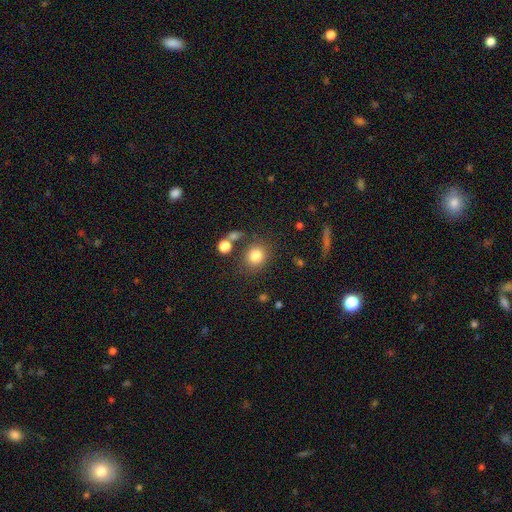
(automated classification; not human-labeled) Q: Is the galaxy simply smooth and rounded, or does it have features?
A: smooth — 81%.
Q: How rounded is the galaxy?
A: round — 78%.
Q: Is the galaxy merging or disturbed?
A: none — 76%.